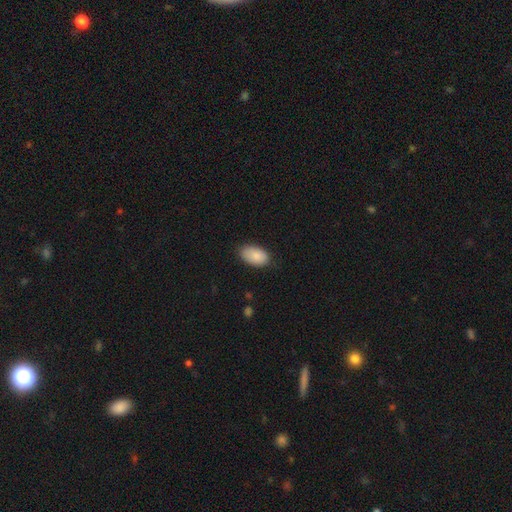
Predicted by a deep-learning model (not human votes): smooth-or-featured: smooth: 87% | featured or disk: 7% | star or artifact: 7%
  how-rounded: in between: 94% | round: 5% | cigar-shaped: 1%
  merging: none: 78% | minor disturbance: 18% | major disturbance: 3% | merger: 1%